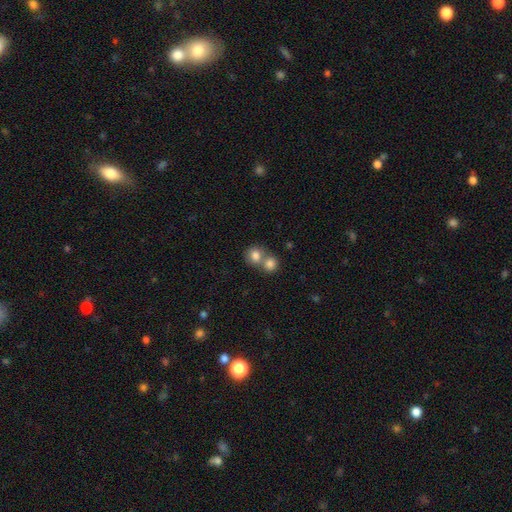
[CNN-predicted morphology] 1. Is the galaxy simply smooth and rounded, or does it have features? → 81% smooth, 10% featured or disk, 10% star or artifact.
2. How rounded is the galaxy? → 80% round, 19% in between, 1% cigar-shaped.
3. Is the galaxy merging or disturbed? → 55% merger, 37% none, 6% minor disturbance, 2% major disturbance.